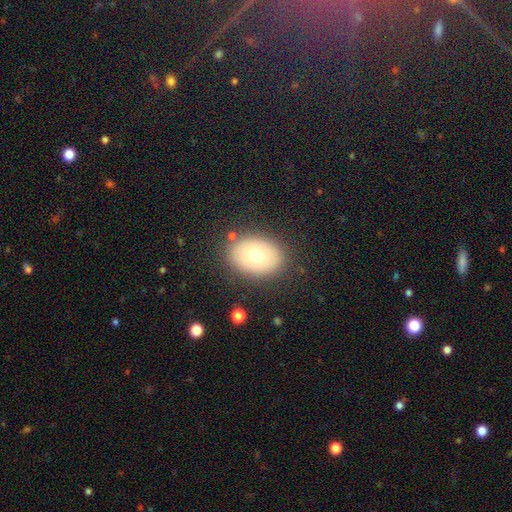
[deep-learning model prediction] Smooth or featured?
  - smooth: 70% *
  - featured or disk: 20%
  - star or artifact: 10%
How rounded?
  - in between: 76% *
  - round: 23%
  - cigar-shaped: 1%
Merging?
  - none: 85% *
  - minor disturbance: 10%
  - major disturbance: 4%
  - merger: 2%